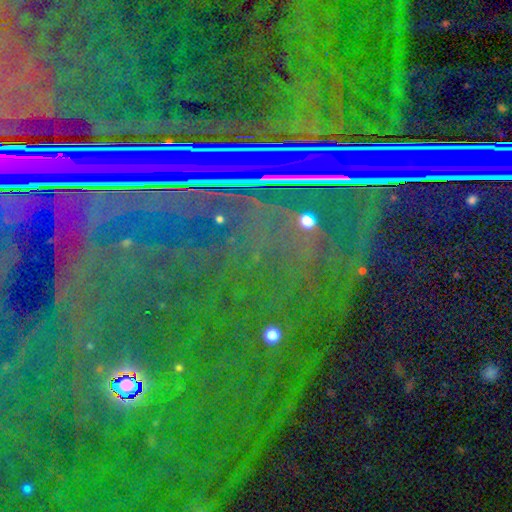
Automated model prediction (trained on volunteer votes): star or artifact 88%, featured or disk 7%, smooth 5%.